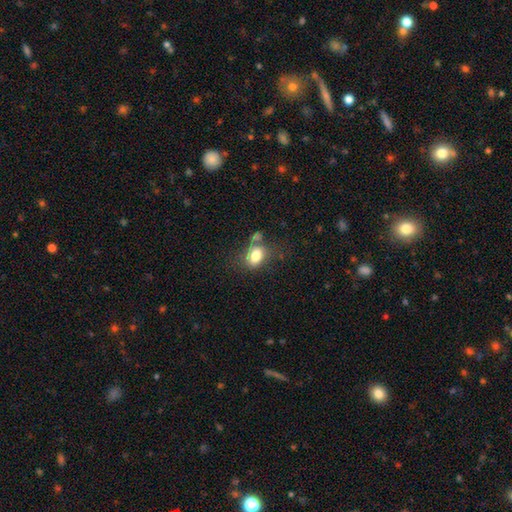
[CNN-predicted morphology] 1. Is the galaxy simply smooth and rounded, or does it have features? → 78% smooth, 12% featured or disk, 9% star or artifact.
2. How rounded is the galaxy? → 74% in between, 25% round, 1% cigar-shaped.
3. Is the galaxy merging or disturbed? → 50% none, 21% merger, 20% minor disturbance, 10% major disturbance.